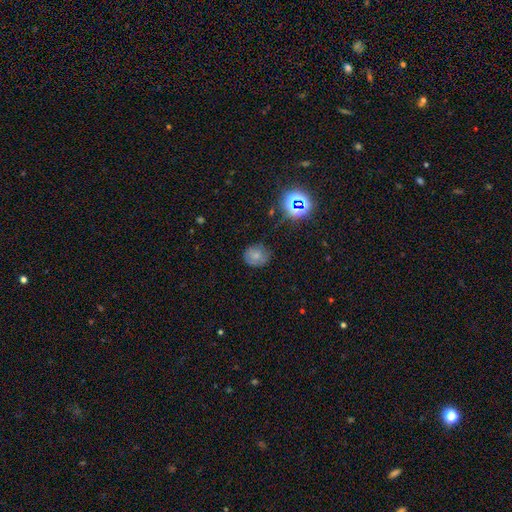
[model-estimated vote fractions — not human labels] Smooth or featured: smooth — 70% (star or artifact — 16%)
How rounded: round — 76% (in between — 23%)
Merging: none — 75% (minor disturbance — 18%)